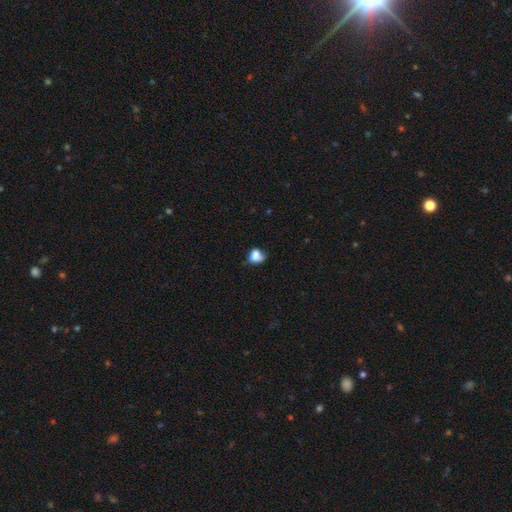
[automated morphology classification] A smooth galaxy with no disk features (74%) that is in between round and cigar-shaped (55%). Merging: none (34%).